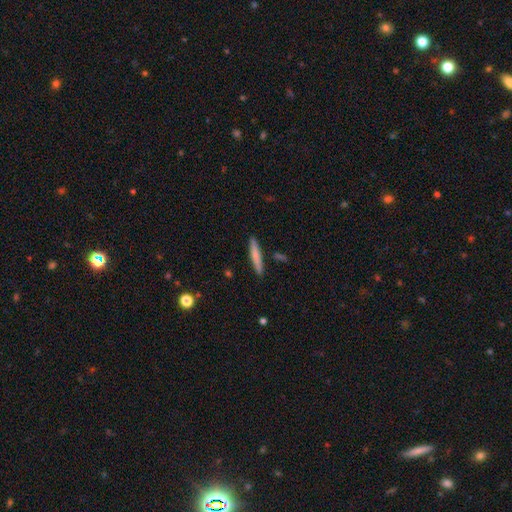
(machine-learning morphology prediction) Q: Smooth or featured?
A: smooth (71%); runner-up: featured or disk (24%)
Q: How rounded?
A: cigar-shaped (94%); runner-up: in between (4%)
Q: Merging?
A: none (89%); runner-up: minor disturbance (7%)